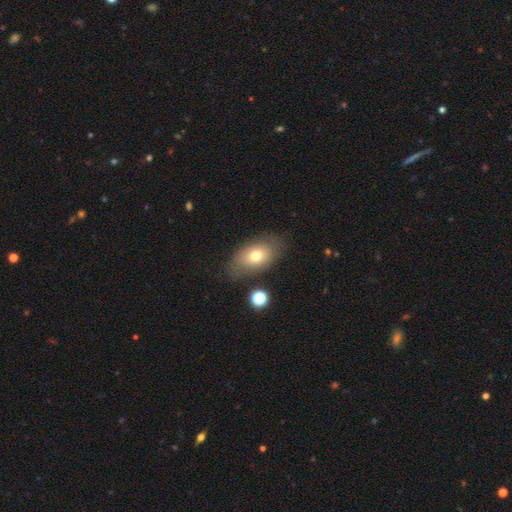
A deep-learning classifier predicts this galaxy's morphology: A smooth galaxy with no disk features (71%) that is in between round and cigar-shaped (88%). Merging: none (74%).